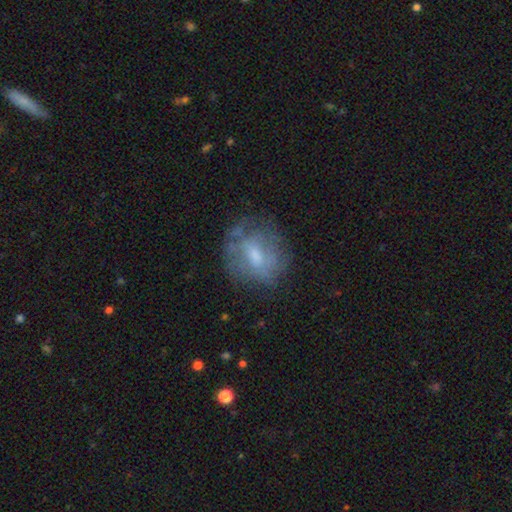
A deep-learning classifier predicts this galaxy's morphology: The model was most divided on "smooth or featured": featured or disk: 48%, smooth: 42%, star or artifact: 10%. More confident: merging — none (62%).